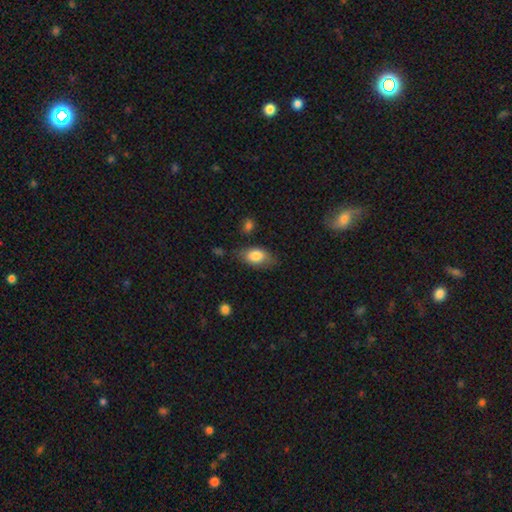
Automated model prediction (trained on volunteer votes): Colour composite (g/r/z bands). It shows a smooth galaxy with no disk features (82%) that is in between round and cigar-shaped (90%). Merging: none (71%).